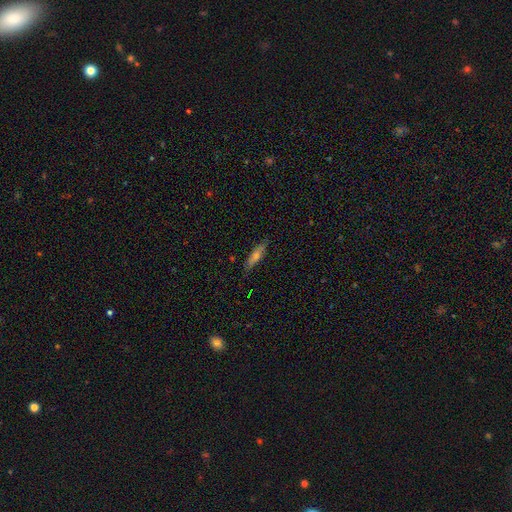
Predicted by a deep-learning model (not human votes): The model was most divided on "smooth or featured": featured or disk: 47%, smooth: 44%, star or artifact: 10%. More confident: merging — none (85%).